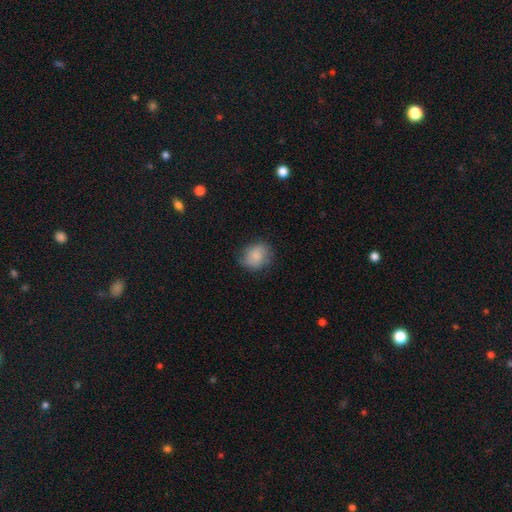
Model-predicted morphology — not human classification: The model was most divided on "how rounded": round: 66%, in between: 33%, cigar-shaped: 1%. More confident: smooth or featured — smooth (81%); merging — none (76%).